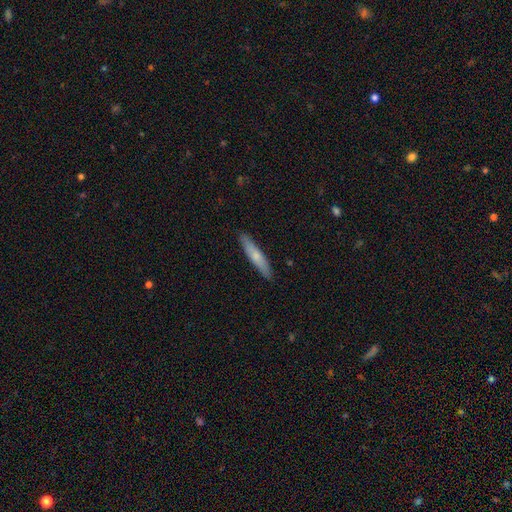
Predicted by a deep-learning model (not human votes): Smooth or featured: smooth — 63% (featured or disk — 32%)
How rounded: cigar-shaped — 89% (in between — 9%)
Merging: none — 89% (minor disturbance — 8%)